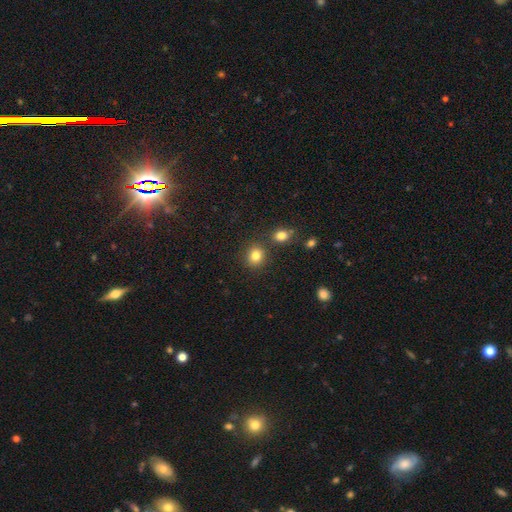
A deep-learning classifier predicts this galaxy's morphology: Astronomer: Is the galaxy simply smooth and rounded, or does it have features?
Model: smooth — 82%.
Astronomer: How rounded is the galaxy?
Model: round — 76%.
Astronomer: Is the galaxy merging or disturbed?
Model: none — 80%.